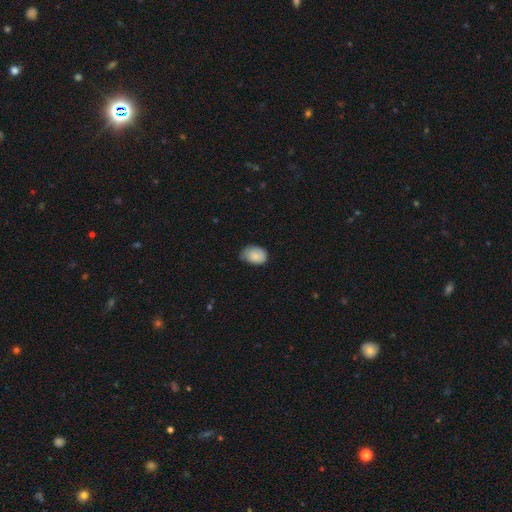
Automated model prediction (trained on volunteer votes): Q: Smooth or featured?
A: smooth (84%); runner-up: featured or disk (9%)
Q: How rounded?
A: in between (76%); runner-up: round (23%)
Q: Merging?
A: none (60%); runner-up: minor disturbance (34%)